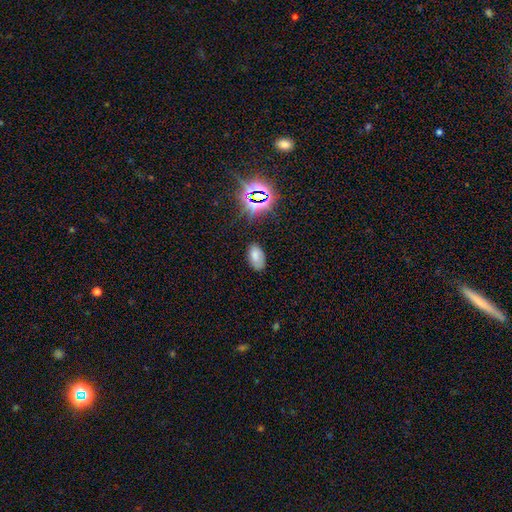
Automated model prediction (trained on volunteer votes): Smooth or featured: smooth — 69% (star or artifact — 19%)
How rounded: in between — 93% (round — 5%)
Merging: none — 73% (minor disturbance — 19%)